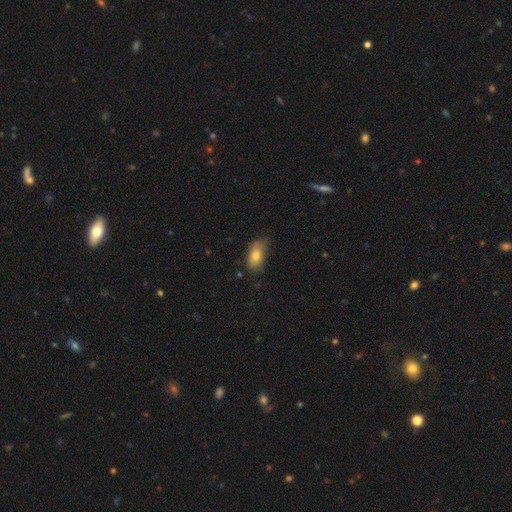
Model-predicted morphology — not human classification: smooth 77%, featured or disk 14%, star or artifact 8%. Down the decision tree: how rounded — in between (89%); merging — none (58%).